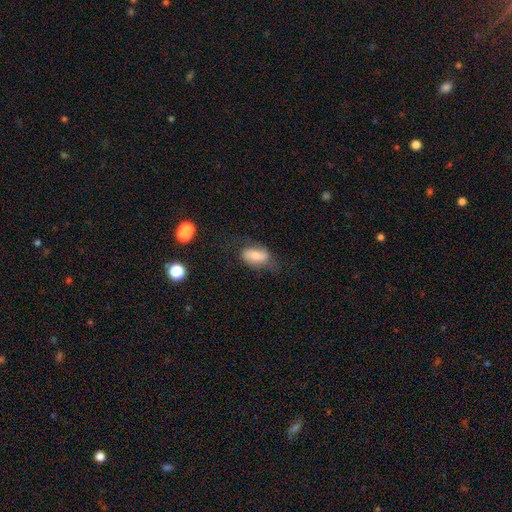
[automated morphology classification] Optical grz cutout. It shows a smooth galaxy with no disk features (60%) that is in between round and cigar-shaped (89%). Merging: none (56%).